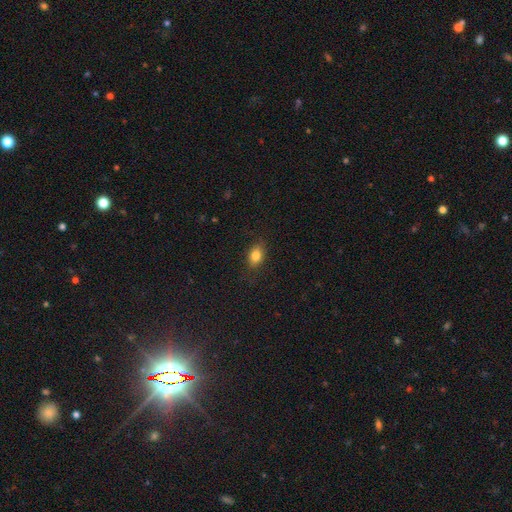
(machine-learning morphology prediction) Overall: smooth (83%). How rounded: in between (79%). Merging: none (83%).